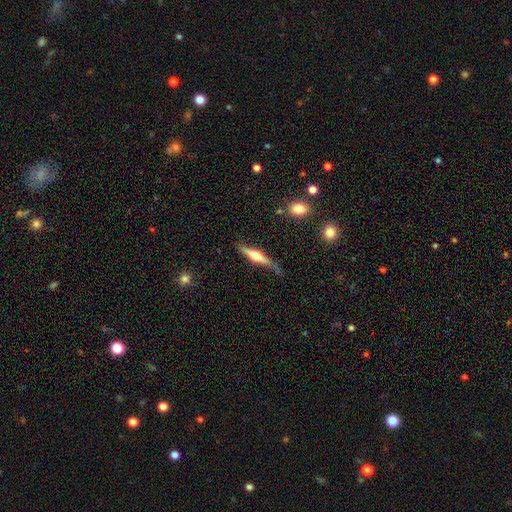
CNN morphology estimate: type=featured or disk (64%); edge-on=yes (93%); edge-on bulge=rounded (89%); merging=none (60%).